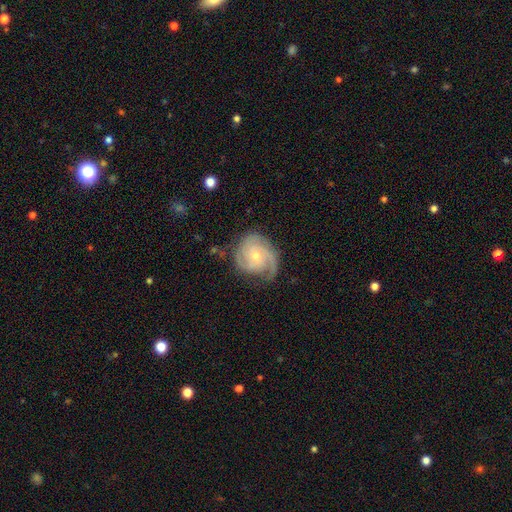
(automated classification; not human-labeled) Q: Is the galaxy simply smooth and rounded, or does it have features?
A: featured or disk — 86%.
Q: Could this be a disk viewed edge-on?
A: no — 98%.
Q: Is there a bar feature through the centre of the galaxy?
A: no — 71%.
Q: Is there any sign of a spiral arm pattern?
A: yes — 97%.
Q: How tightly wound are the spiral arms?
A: tight — 58%.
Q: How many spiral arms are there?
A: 3 — 40%.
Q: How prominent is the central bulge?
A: small — 58%.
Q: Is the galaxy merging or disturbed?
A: none — 69%.